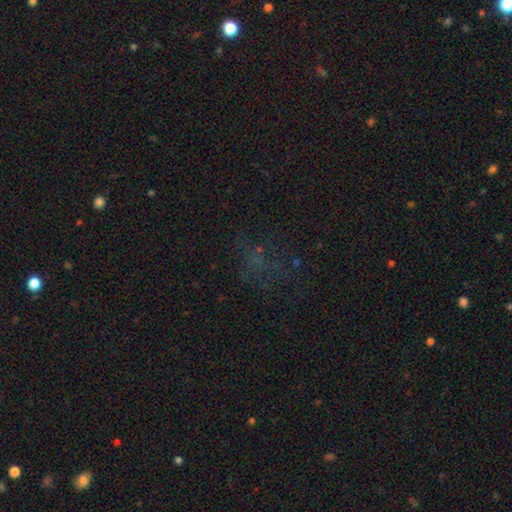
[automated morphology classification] This is possibly a star or artifact rather than a galaxy (52%).